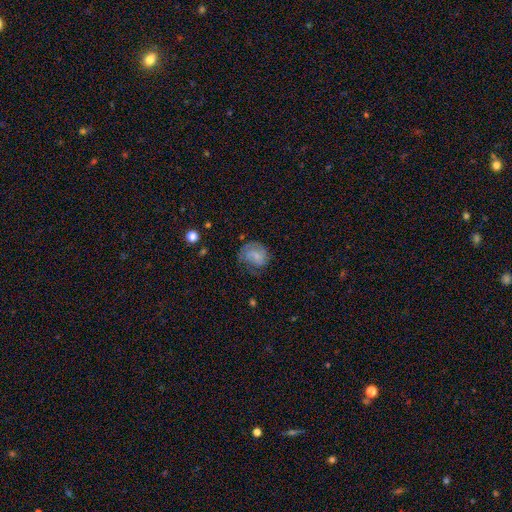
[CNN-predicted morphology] smooth_or_featured: smooth (p=0.50) [alt: featured or disk p=0.41]
how_rounded: round (p=0.63) [alt: in between p=0.36]
merging: none (p=0.51) [alt: minor disturbance p=0.27]